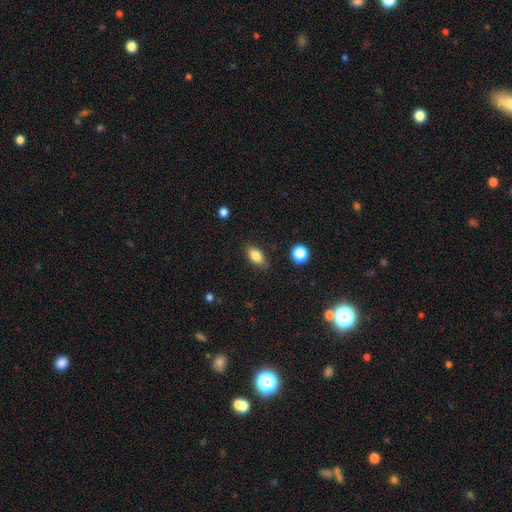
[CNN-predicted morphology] Overall: smooth (83%). How rounded: in between (86%). Merging: none (82%).